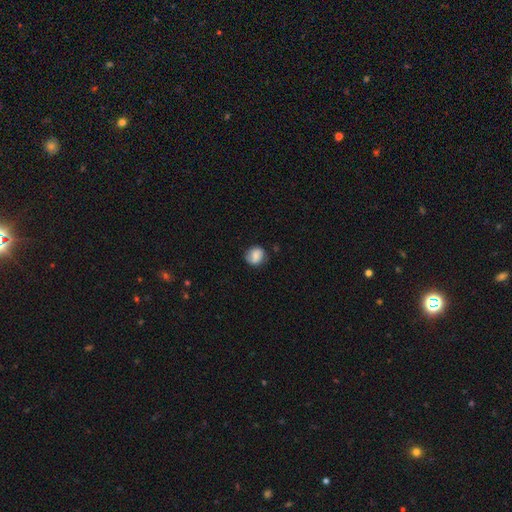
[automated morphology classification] Smooth or featured? smooth (69%)
How rounded? round (78%)
Merging? none (76%)